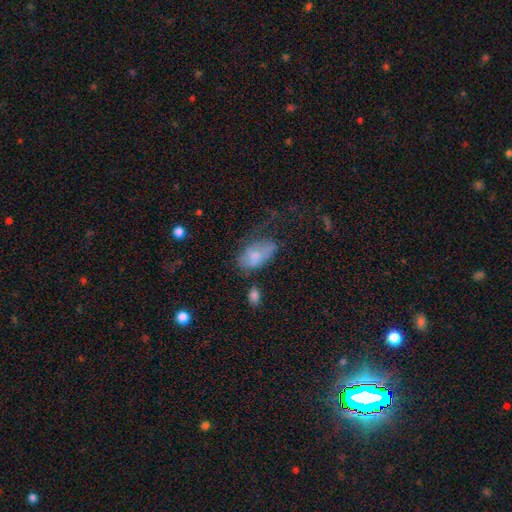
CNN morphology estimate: The model was most divided on "merging": none: 35%, minor disturbance: 30%, major disturbance: 28%, merger: 7%. More confident: how rounded — in between (91%); smooth or featured — smooth (67%).